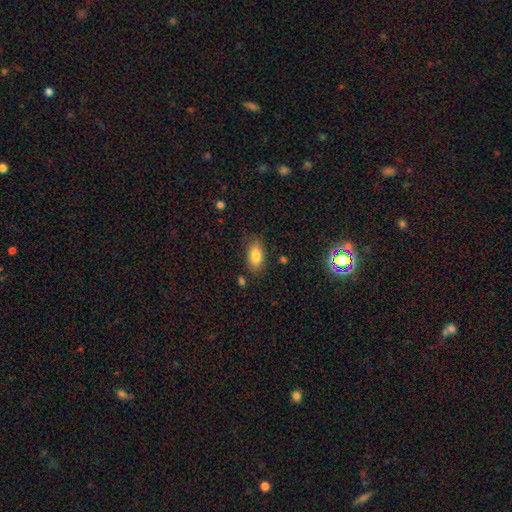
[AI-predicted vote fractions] A smooth galaxy with no disk features (84%) that is in between round and cigar-shaped (90%). Merging: none (80%).